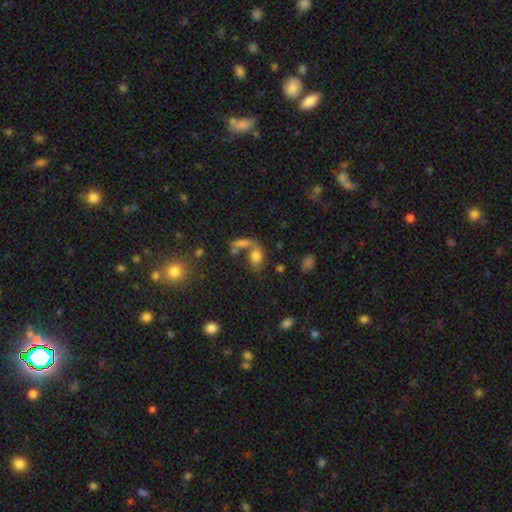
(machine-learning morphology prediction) type=smooth (65%); roundness=in between (70%); merging=merger (45%).